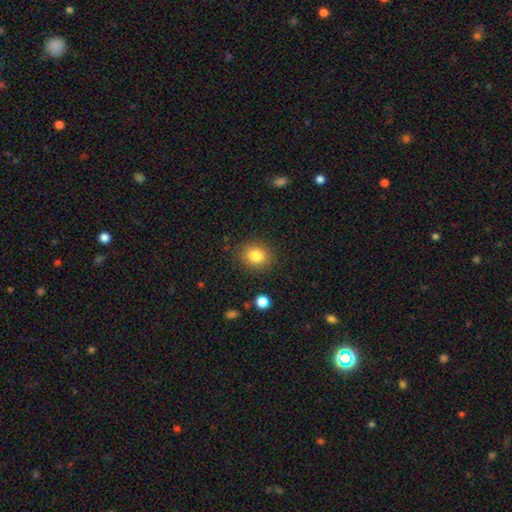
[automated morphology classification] A smooth galaxy with no disk features (83%) that is round (66%).

Vote fractions:
- Smooth or featured? smooth: 83% / star or artifact: 10% / featured or disk: 6%
- How rounded? round: 66% / in between: 33% / cigar-shaped: 1%
- Merging? none: 87% / minor disturbance: 9% / major disturbance: 3% / merger: 2%